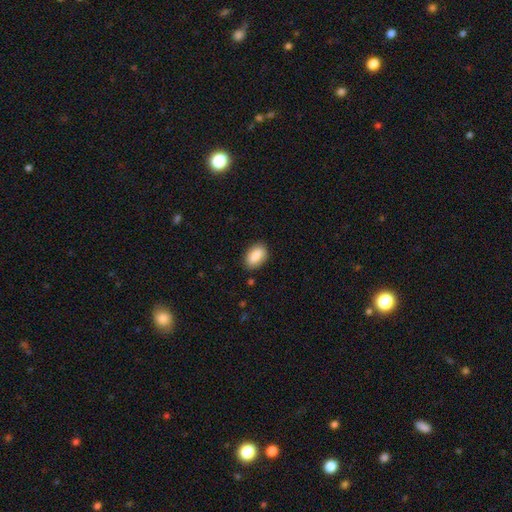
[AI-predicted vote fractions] A smooth galaxy with no disk features (85%) that is in between round and cigar-shaped (90%). Merging: none (85%).